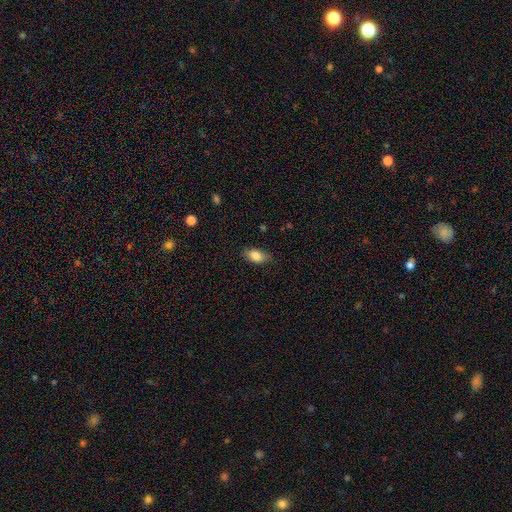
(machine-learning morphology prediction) type=smooth (84%); roundness=in between (88%); merging=none (81%).